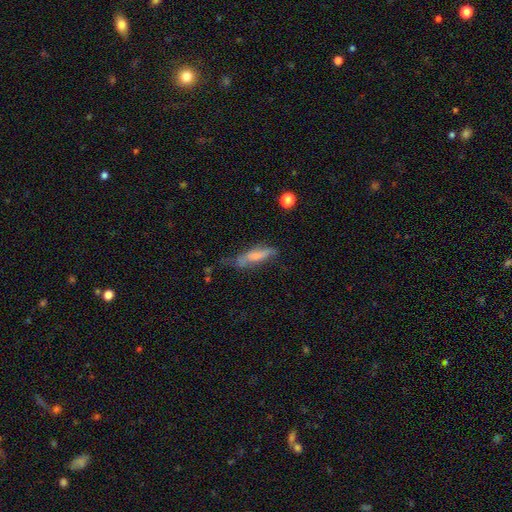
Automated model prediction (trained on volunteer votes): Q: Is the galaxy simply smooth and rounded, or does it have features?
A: smooth — 46%.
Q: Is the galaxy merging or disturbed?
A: none — 45%.